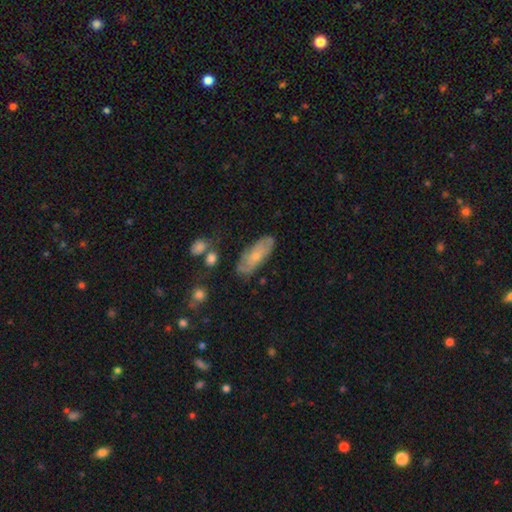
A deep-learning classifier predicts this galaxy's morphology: type=smooth (50%); merging=none (73%).